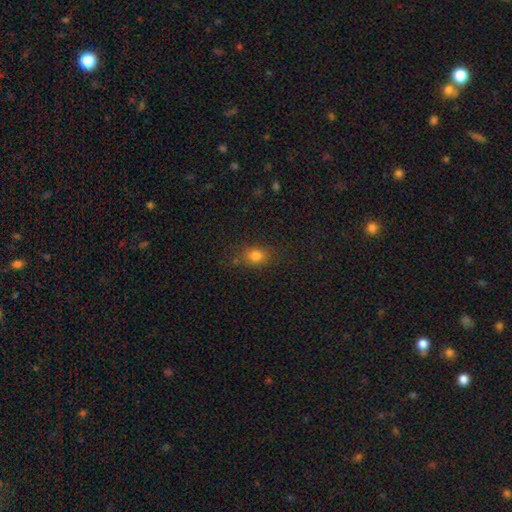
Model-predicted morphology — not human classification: smooth 79%, star or artifact 14%, featured or disk 8%. Down the decision tree: how rounded — round (49%, tied with in between); merging — none (75%).